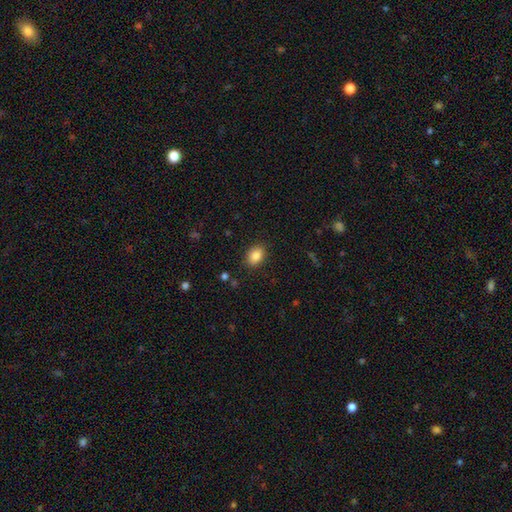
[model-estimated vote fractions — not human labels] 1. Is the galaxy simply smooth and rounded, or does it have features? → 86% smooth, 9% star or artifact, 5% featured or disk.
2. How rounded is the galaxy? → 69% in between, 30% round, 1% cigar-shaped.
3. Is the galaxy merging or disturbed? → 87% none, 9% minor disturbance, 3% major disturbance, 1% merger.